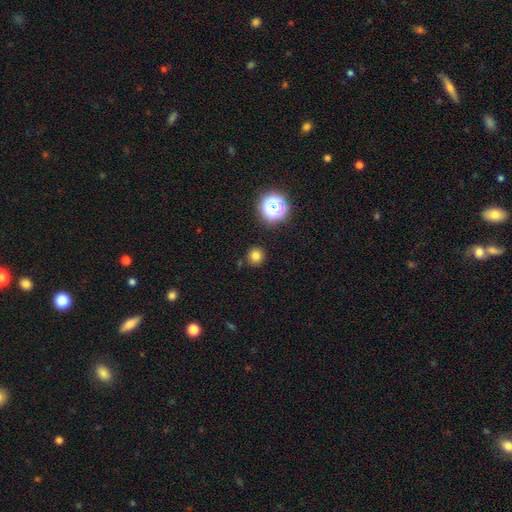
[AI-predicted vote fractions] Overall: smooth (77%). How rounded: round (94%). Merging: none (88%).